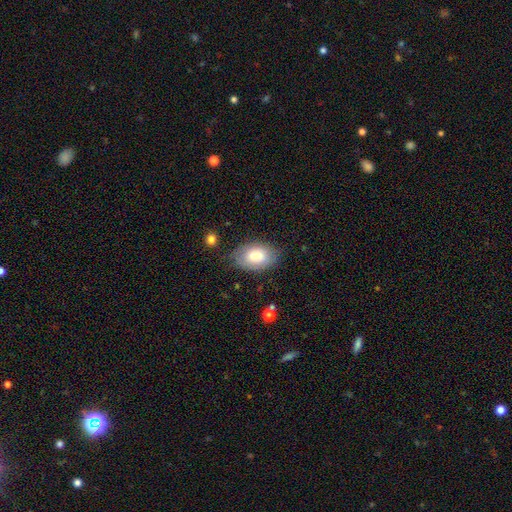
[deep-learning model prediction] Overall: smooth (73%). How rounded: in between (89%). Merging: none (74%).